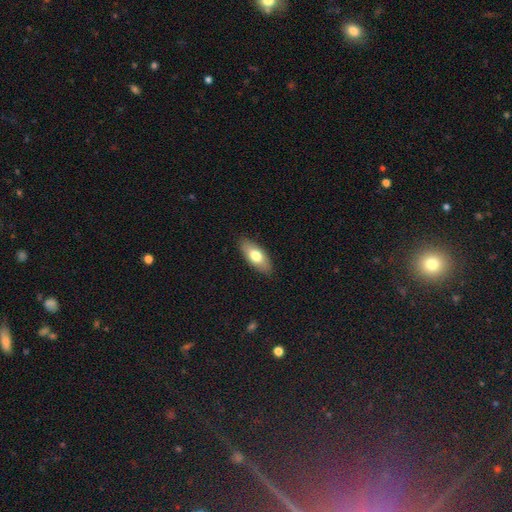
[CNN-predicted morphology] smooth_or_featured: smooth (p=0.72) [alt: featured or disk p=0.22]
how_rounded: in between (p=0.83) [alt: cigar-shaped p=0.14]
merging: none (p=0.87) [alt: minor disturbance p=0.10]